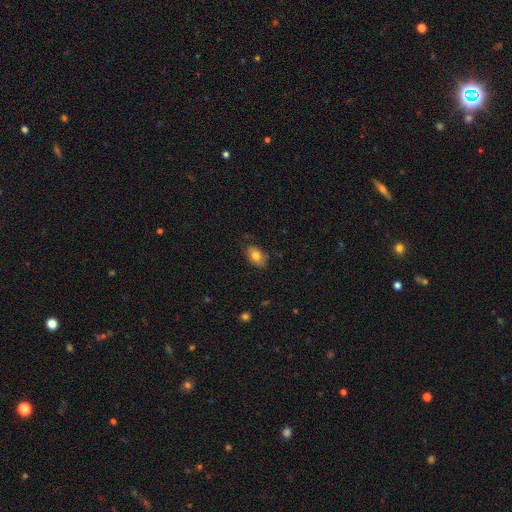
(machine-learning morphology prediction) Smooth or featured: smooth — 76% (featured or disk — 16%)
How rounded: in between — 87% (round — 11%)
Merging: none — 74% (minor disturbance — 21%)